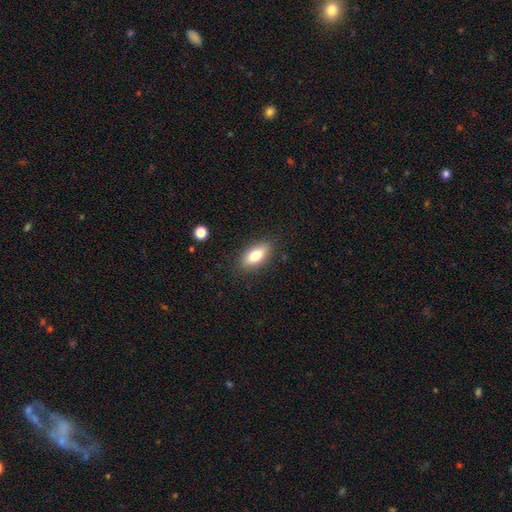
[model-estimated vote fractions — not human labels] Smooth or featured?
  - smooth: 77% *
  - featured or disk: 15%
  - star or artifact: 7%
How rounded?
  - in between: 82% *
  - cigar-shaped: 14%
  - round: 4%
Merging?
  - none: 86% *
  - minor disturbance: 10%
  - major disturbance: 3%
  - merger: 1%